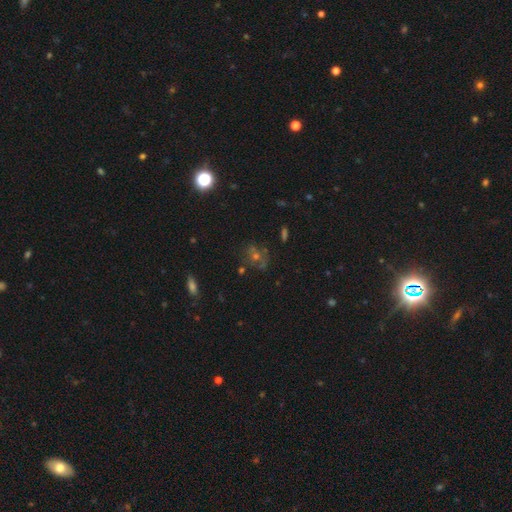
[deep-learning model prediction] Overall: star or artifact (39%; smooth 33%).